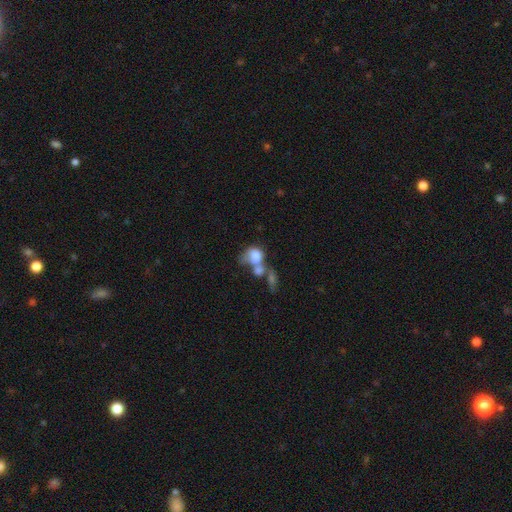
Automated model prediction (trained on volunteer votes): Overall: smooth (70%). How rounded: in between (55%; round 43%). Merging: merger (60%).